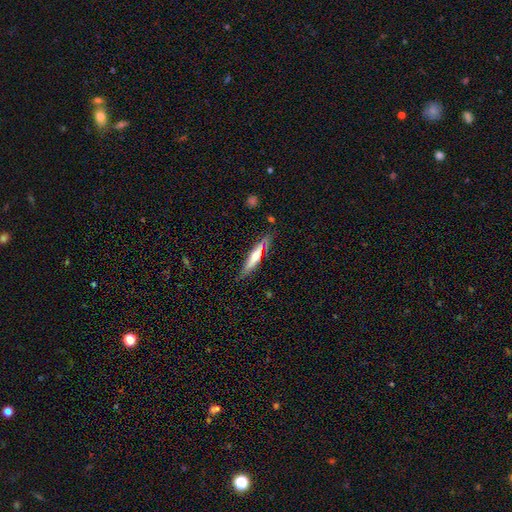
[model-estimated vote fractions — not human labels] Smooth or featured? smooth (53%)
How rounded? cigar-shaped (84%)
Merging? none (80%)